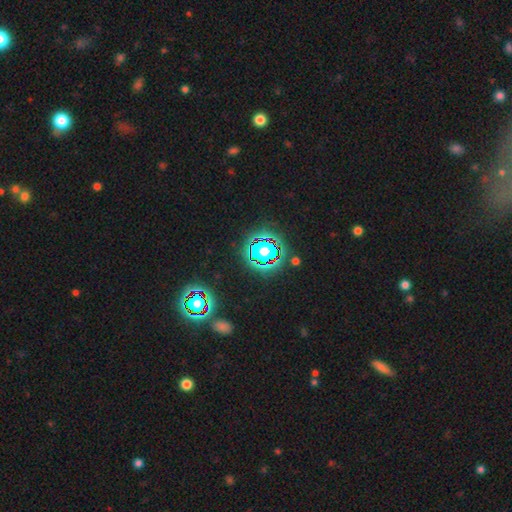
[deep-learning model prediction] Q: Smooth or featured?
A: star or artifact (81%); runner-up: smooth (11%)